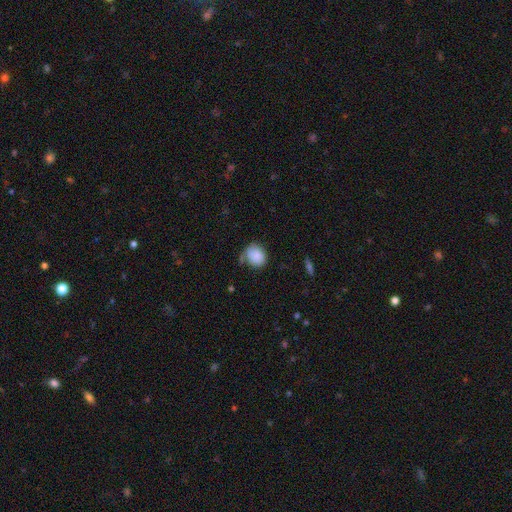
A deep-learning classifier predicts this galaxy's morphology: Q: Smooth or featured?
A: smooth (84%); runner-up: featured or disk (8%)
Q: How rounded?
A: round (66%); runner-up: in between (33%)
Q: Merging?
A: none (54%); runner-up: minor disturbance (27%)